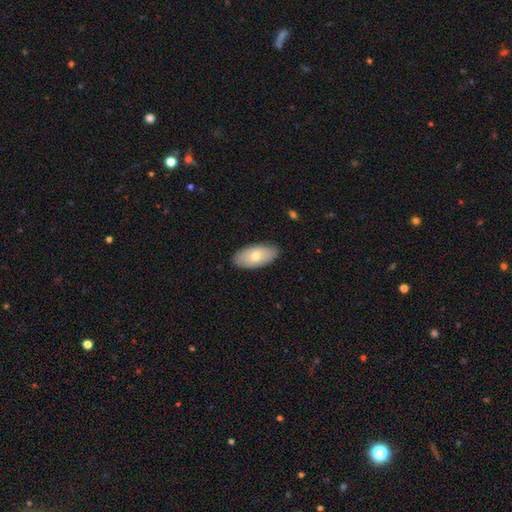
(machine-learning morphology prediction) type=smooth (68%); roundness=in between (93%); merging=none (87%).